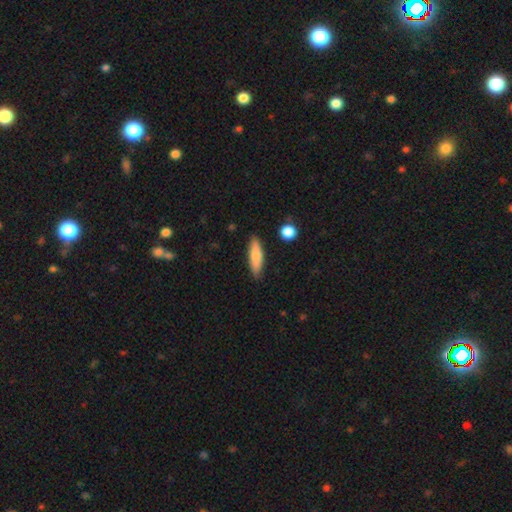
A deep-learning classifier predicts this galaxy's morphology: Overall: smooth (80%). How rounded: cigar-shaped (60%; in between 38%). Merging: none (86%).